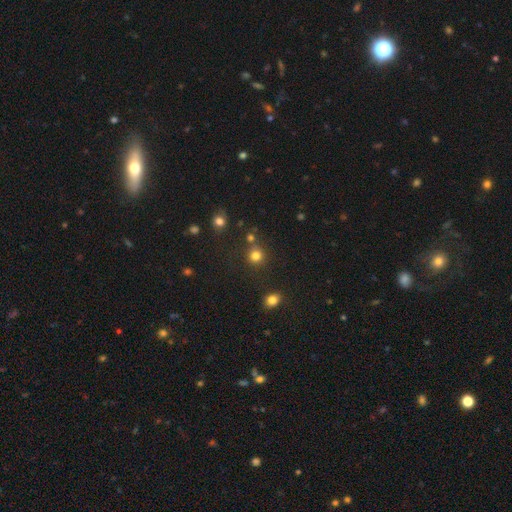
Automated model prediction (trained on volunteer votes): A smooth galaxy with no disk features (79%) that is round (91%).

Vote fractions:
- Smooth or featured? smooth: 79% / star or artifact: 16% / featured or disk: 5%
- How rounded? round: 91% / in between: 8% / cigar-shaped: 1%
- Merging? none: 76% / merger: 12% / minor disturbance: 9% / major disturbance: 4%